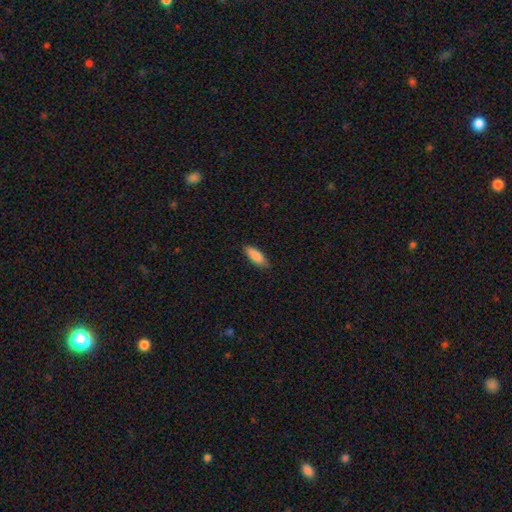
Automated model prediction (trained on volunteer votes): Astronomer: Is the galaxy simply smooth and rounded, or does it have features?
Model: smooth — 87%.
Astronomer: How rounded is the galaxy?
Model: in between — 64%.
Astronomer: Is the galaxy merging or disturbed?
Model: none — 83%.